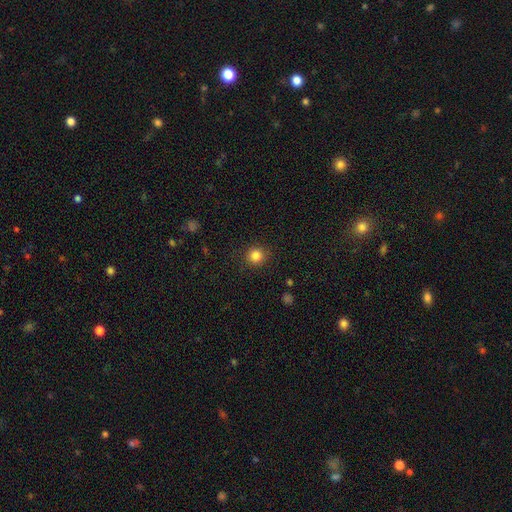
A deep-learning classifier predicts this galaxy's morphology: smooth_or_featured: smooth (p=0.84) [alt: star or artifact p=0.12]
how_rounded: round (p=0.92) [alt: in between p=0.07]
merging: none (p=0.90) [alt: minor disturbance p=0.07]